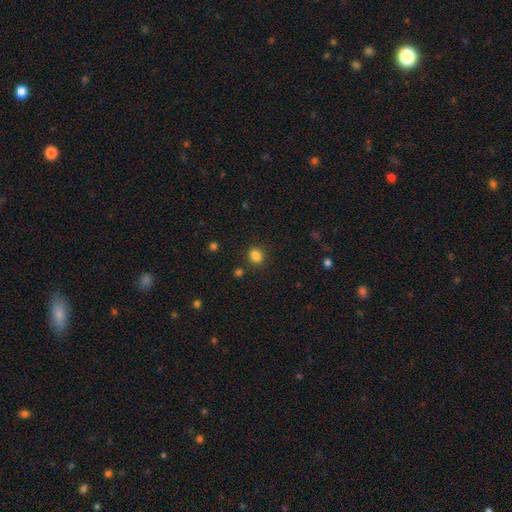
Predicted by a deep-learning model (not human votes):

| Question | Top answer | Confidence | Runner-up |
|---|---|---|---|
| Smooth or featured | smooth | 84% | star or artifact (12%) |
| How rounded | round | 74% | in between (25%) |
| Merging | none | 86% | minor disturbance (8%) |